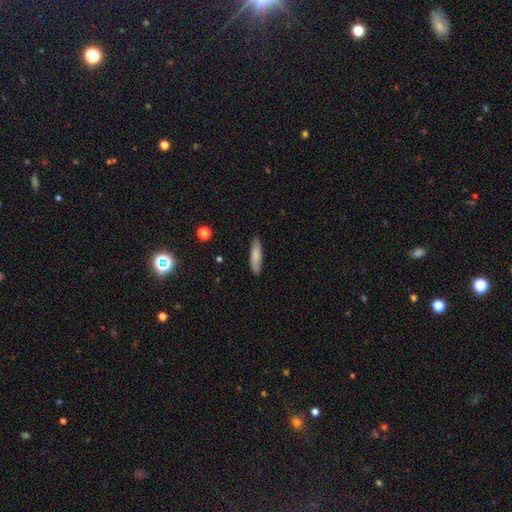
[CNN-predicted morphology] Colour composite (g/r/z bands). It shows a smooth galaxy with no disk features (82%) that is cigar-shaped (72%). Merging: none (87%).